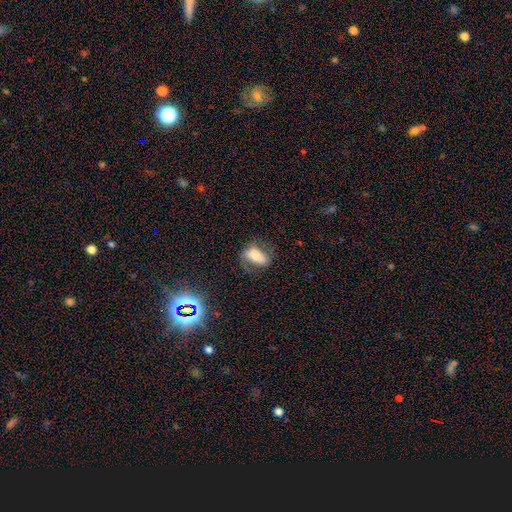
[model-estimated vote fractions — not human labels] smooth_or_featured: smooth (p=0.58) [alt: featured or disk p=0.32]
how_rounded: in between (p=0.83) [alt: cigar-shaped p=0.10]
merging: none (p=0.55) [alt: minor disturbance p=0.25]